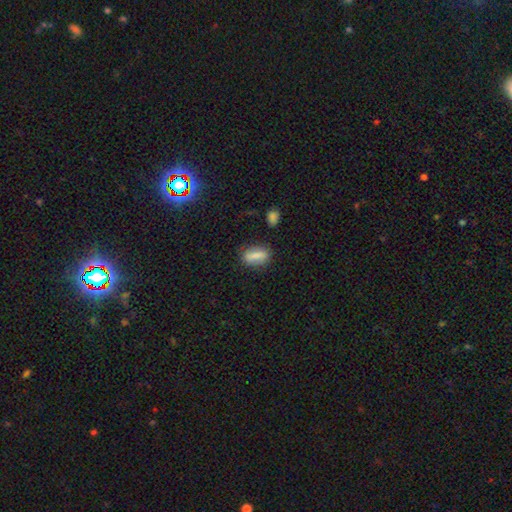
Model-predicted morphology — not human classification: This is likely a smooth galaxy (74%). How rounded: likely in between (72%). Merging: likely none (78%).